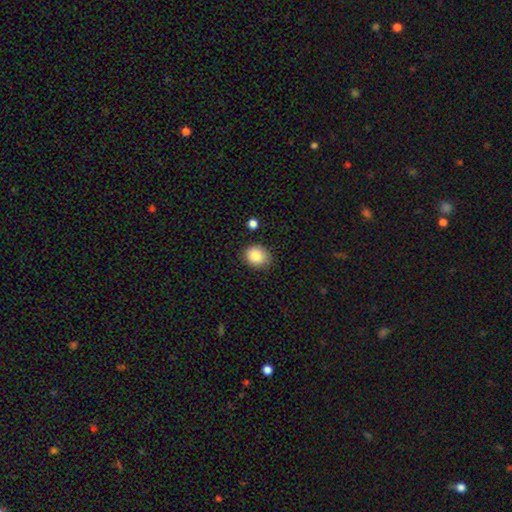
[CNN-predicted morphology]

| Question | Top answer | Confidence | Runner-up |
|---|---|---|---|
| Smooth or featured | smooth | 87% | star or artifact (9%) |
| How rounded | round | 65% | in between (34%) |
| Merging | none | 80% | minor disturbance (15%) |